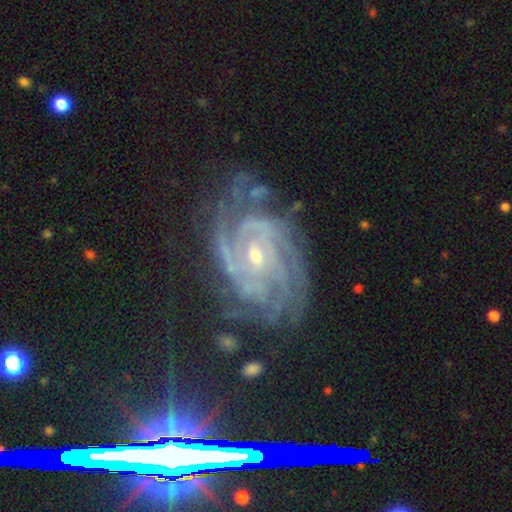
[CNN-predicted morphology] A featured or disk galaxy (90%) with no bar (50%), tight (69%) spiral arms (98%) and a small central bulge (59%).

Vote fractions:
- Smooth or featured? featured or disk: 90% / star or artifact: 6% / smooth: 4%
- Edge-on disk? no: 97% / yes: 3%
- Bar? no: 50% / weak: 38% / strong: 12%
- Spiral arms? yes: 98% / no: 2%
- Spiral winding? tight: 69% / medium: 26% / loose: 5%
- Spiral arm count? can't tell: 25% / 4: 20% / 3: 19% / 2: 16% / more than 4: 13% / 1: 8%
- Bulge size? small: 59% / moderate: 37% / large: 2% / none: 1% / dominant: 1%
- Merging? none: 63% / minor disturbance: 21% / major disturbance: 13% / merger: 3%